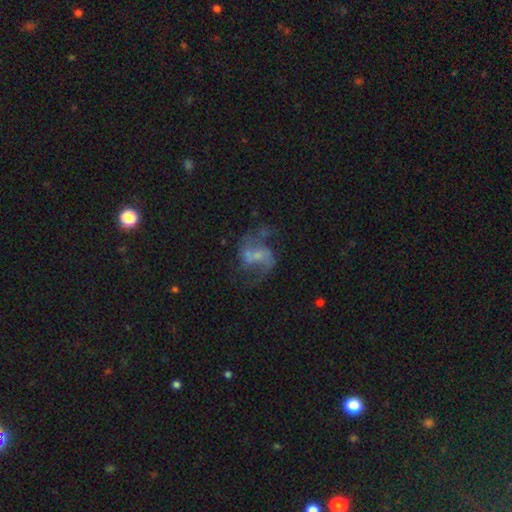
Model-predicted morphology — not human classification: Overall: featured or disk (75%). Edge-on disk: no (98%). Bar: weak (45%; no 39%). Spiral arms: yes (87%). Spiral arm count: 2 (88%). Spiral winding: loose (57%; medium 36%). Bulge size: small (43%; moderate 26%). Merging: none (53%; major disturbance 21%).